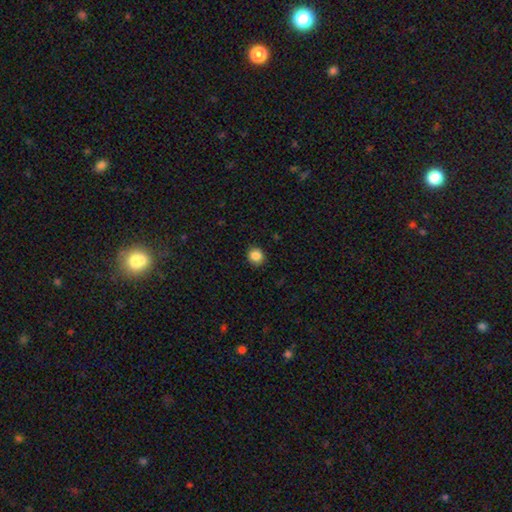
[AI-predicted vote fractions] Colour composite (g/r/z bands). It shows a smooth galaxy with no disk features (87%) that is round (87%). Merging: none (90%).